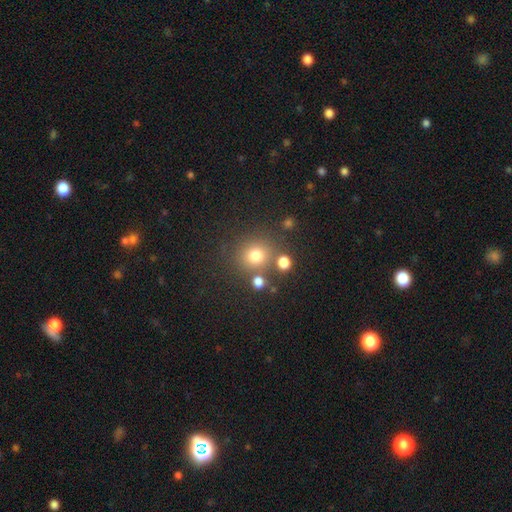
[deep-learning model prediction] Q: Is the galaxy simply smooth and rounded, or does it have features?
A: smooth — 75%.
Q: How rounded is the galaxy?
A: round — 87%.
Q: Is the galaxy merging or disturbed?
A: none — 75%.